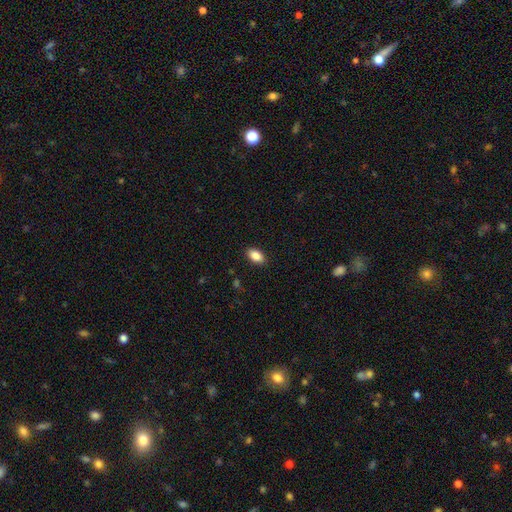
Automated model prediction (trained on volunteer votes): A smooth galaxy with no disk features (87%) that is in between round and cigar-shaped (92%).

Vote fractions:
- Smooth or featured? smooth: 87% / star or artifact: 8% / featured or disk: 5%
- How rounded? in between: 92% / round: 5% / cigar-shaped: 3%
- Merging? none: 89% / minor disturbance: 8% / major disturbance: 2% / merger: 1%